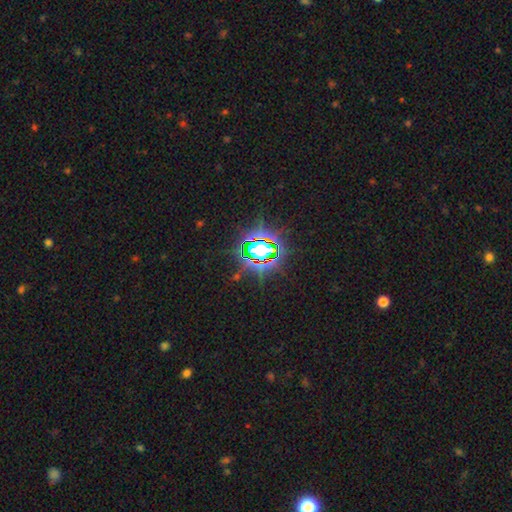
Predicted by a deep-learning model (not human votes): This is likely a star or artifact rather than a galaxy (80%).